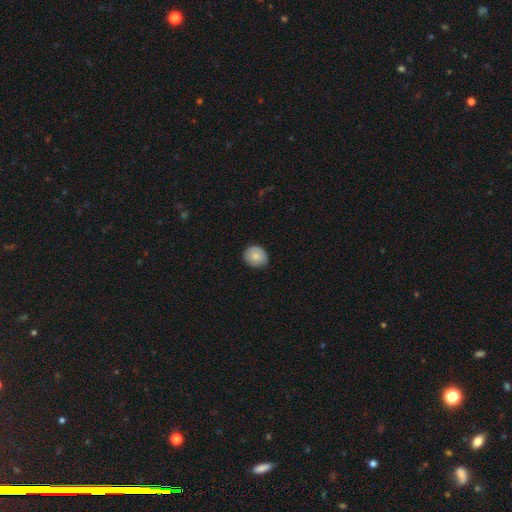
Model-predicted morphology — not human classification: smooth_or_featured: smooth (p=0.80) [alt: featured or disk p=0.12]
how_rounded: round (p=0.80) [alt: in between p=0.19]
merging: none (p=0.80) [alt: minor disturbance p=0.16]